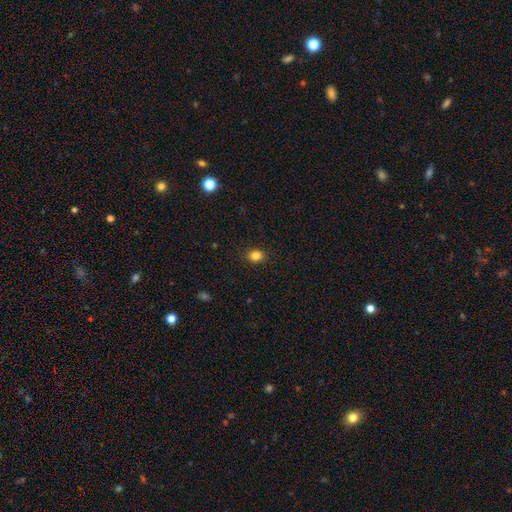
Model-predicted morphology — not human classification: A smooth galaxy with no disk features (83%) that is round (63%). Merging: none (90%).